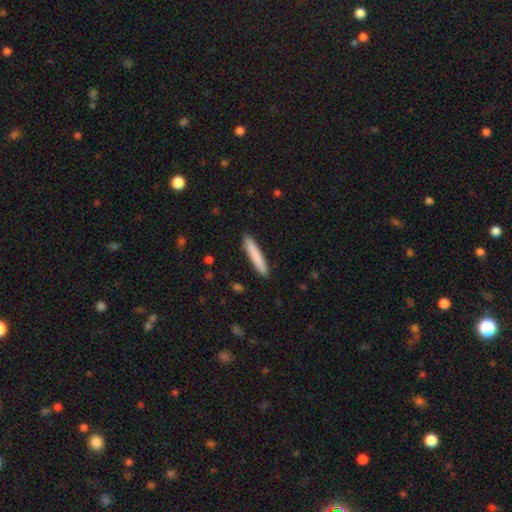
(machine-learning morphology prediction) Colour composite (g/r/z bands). It shows a smooth galaxy with no disk features (83%) that is cigar-shaped (93%). Merging: none (91%).